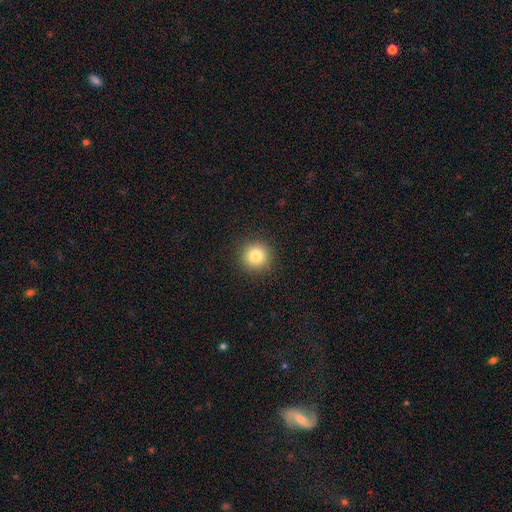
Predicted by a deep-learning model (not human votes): Smooth or featured?
  - smooth: 82% *
  - star or artifact: 11%
  - featured or disk: 7%
How rounded?
  - round: 94% *
  - in between: 5%
  - cigar-shaped: 1%
Merging?
  - none: 91% *
  - minor disturbance: 6%
  - major disturbance: 2%
  - merger: 1%